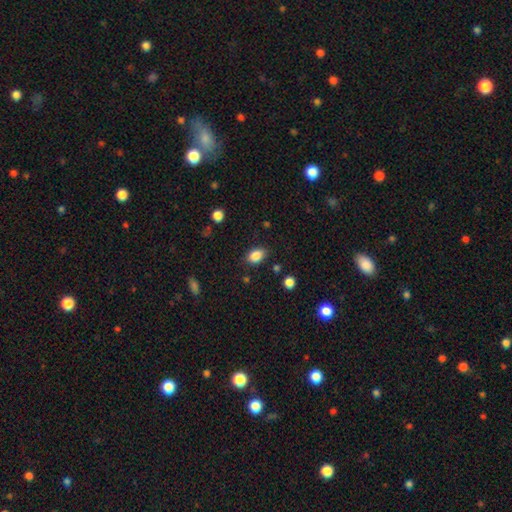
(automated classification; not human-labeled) smooth_or_featured: smooth (p=0.87) [alt: star or artifact p=0.09]
how_rounded: in between (p=0.82) [alt: round p=0.17]
merging: none (p=0.82) [alt: minor disturbance p=0.13]